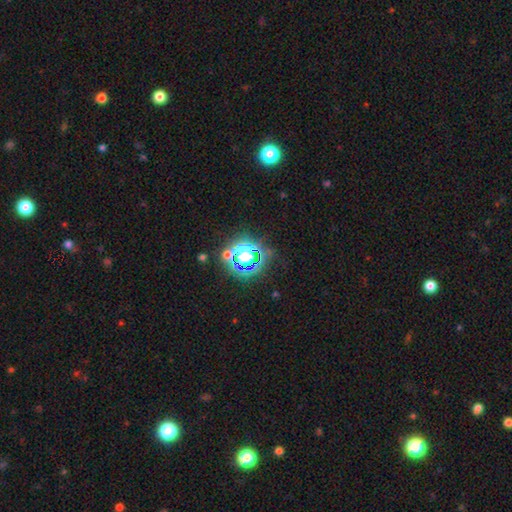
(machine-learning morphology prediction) A star or artifact, not a galaxy (78%).